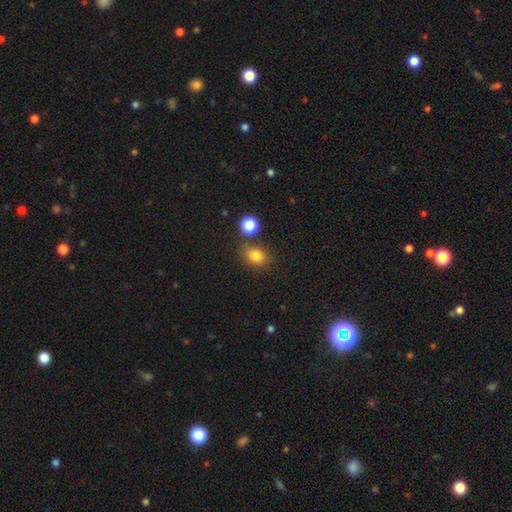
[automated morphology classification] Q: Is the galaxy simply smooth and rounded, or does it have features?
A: smooth — 81%.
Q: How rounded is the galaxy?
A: round — 53%.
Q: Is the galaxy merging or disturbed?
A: none — 70%.